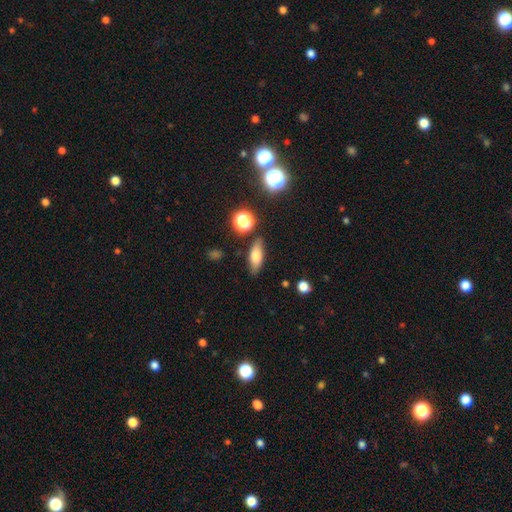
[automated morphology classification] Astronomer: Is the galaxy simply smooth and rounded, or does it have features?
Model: smooth — 68%.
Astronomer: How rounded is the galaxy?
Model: in between — 68%.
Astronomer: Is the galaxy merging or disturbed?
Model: none — 82%.